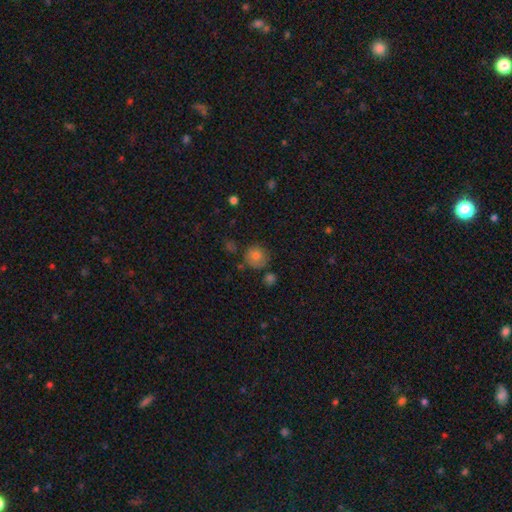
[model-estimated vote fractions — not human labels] This is likely a smooth galaxy (78%). How rounded: clearly round (88%). Merging: likely none (74%).